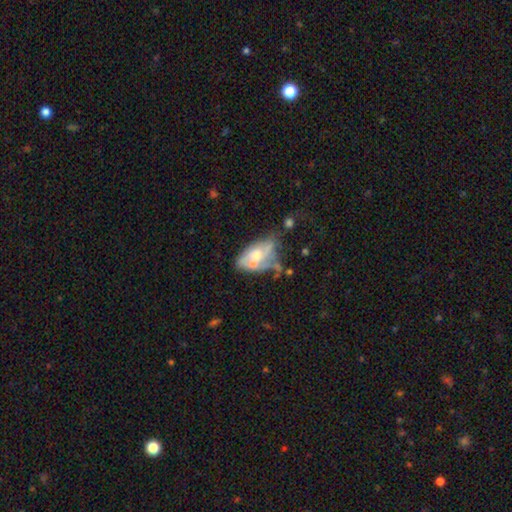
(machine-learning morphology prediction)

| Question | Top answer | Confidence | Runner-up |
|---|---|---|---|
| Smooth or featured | featured or disk | 52% | smooth (36%) |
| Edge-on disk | no | 91% | yes (9%) |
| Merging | merger | 32% | major disturbance (25%) |